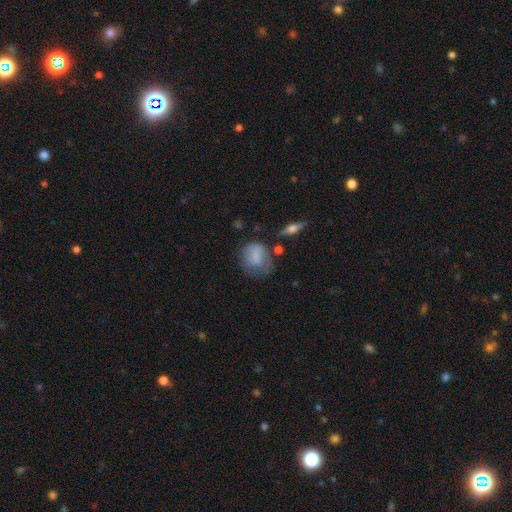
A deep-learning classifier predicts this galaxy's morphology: Smooth or featured?
  - smooth: 68% *
  - featured or disk: 23%
  - star or artifact: 9%
How rounded?
  - round: 57% *
  - in between: 42%
  - cigar-shaped: 2%
Merging?
  - none: 44% *
  - minor disturbance: 29%
  - major disturbance: 22%
  - merger: 4%